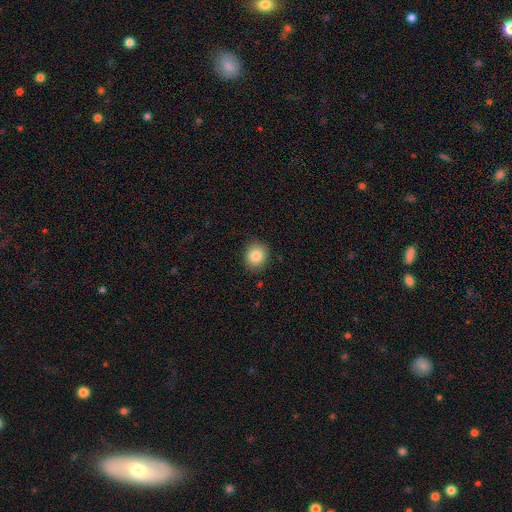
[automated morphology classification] type=smooth (85%); roundness=round (77%); merging=none (88%).